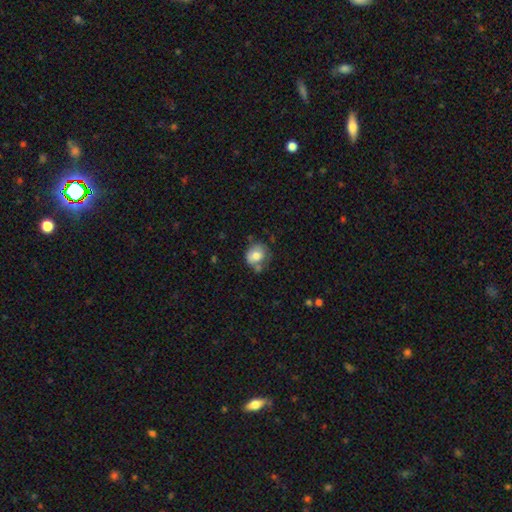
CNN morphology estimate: The model was most divided on "merging": none: 50%, minor disturbance: 24%, merger: 17%, major disturbance: 8%. More confident: smooth or featured — smooth (73%); how rounded — round (63%).